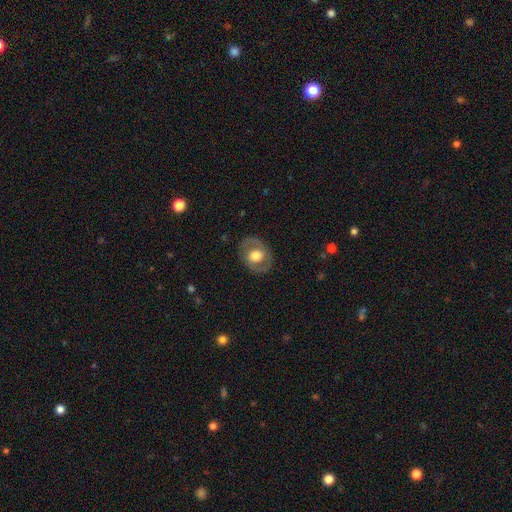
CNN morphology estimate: The model was most divided on "smooth or featured": featured or disk: 47%, smooth: 46%, star or artifact: 7%. More confident: merging — none (81%).